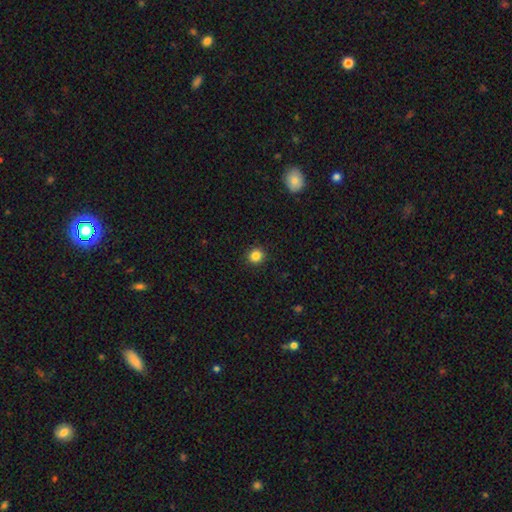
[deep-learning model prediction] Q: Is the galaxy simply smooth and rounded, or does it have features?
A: smooth — 85%.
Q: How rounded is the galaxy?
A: round — 91%.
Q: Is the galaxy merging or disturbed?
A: none — 92%.